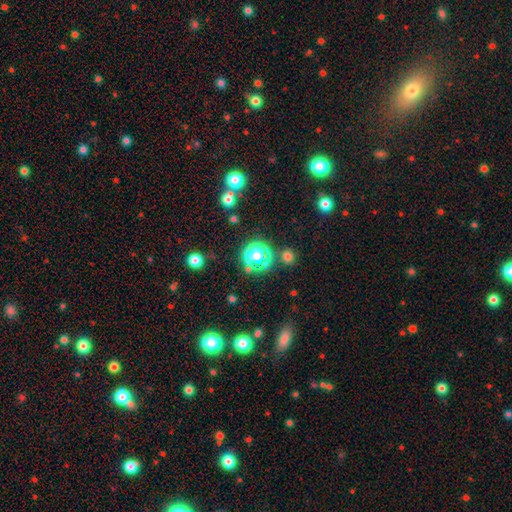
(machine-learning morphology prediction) Q: Smooth or featured?
A: star or artifact (51%); runner-up: smooth (39%)